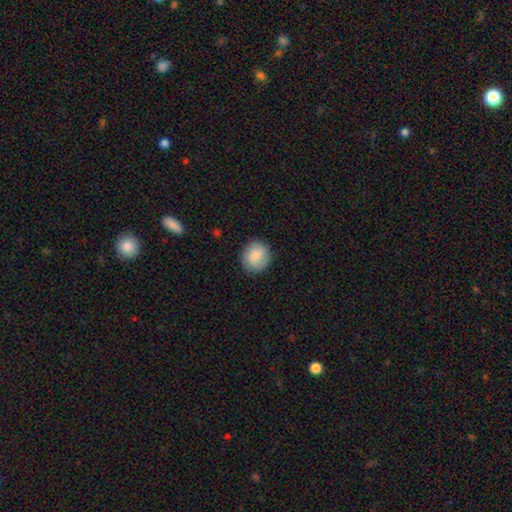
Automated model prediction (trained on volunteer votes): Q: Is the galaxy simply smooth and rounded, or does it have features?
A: smooth — 79%.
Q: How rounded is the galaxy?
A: round — 82%.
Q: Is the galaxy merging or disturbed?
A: none — 85%.